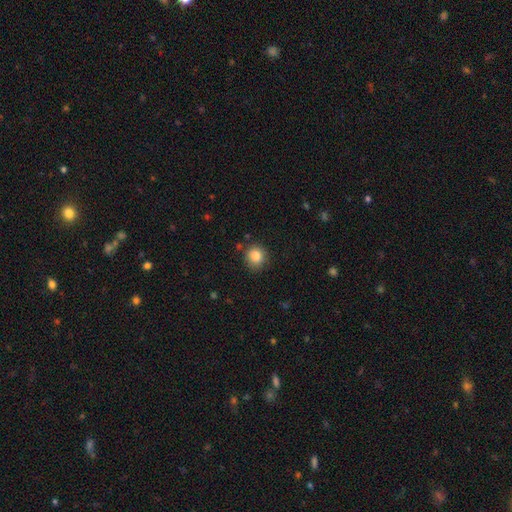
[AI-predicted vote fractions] This appears to be a smooth galaxy with no disk features (85%) that is round (86%). Merging: none (83%).